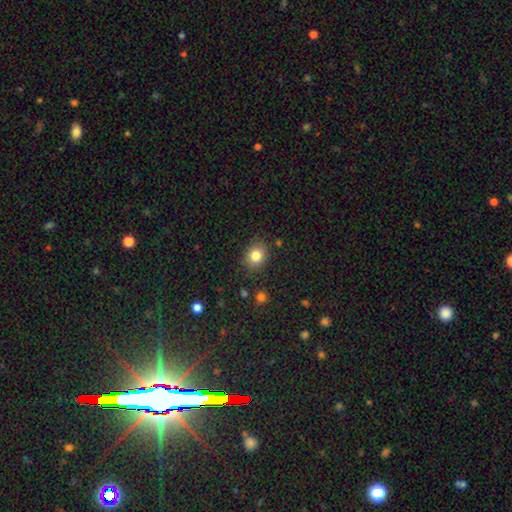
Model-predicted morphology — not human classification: The model was most divided on "how rounded": round: 61%, in between: 39%, cigar-shaped: 1%. More confident: merging — none (83%); smooth or featured — smooth (82%).